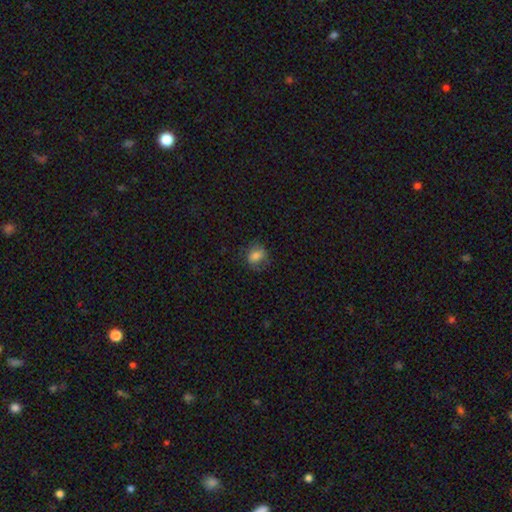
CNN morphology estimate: Overall: smooth (75%). How rounded: round (49%, tied with in between). Merging: none (68%).